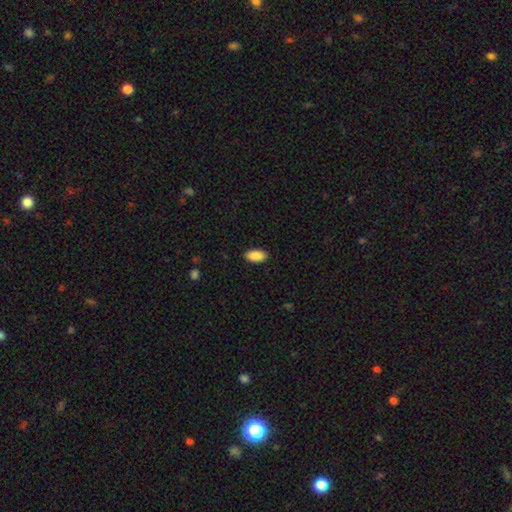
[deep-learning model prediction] Overall: smooth (90%). How rounded: in between (93%). Merging: none (89%).